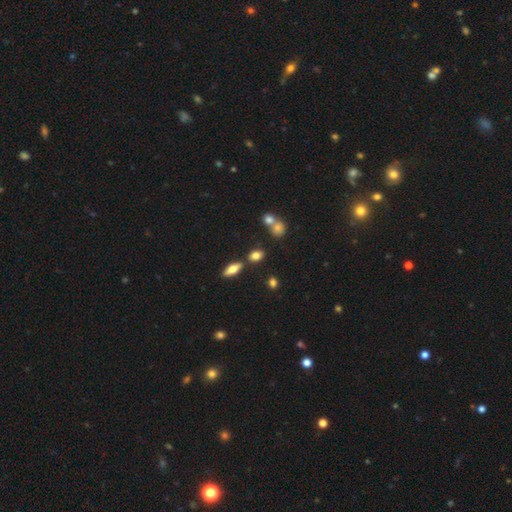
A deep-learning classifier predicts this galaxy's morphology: Smooth or featured: smooth — 74% (featured or disk — 13%)
How rounded: in between — 66% (round — 27%)
Merging: none — 69% (merger — 14%)